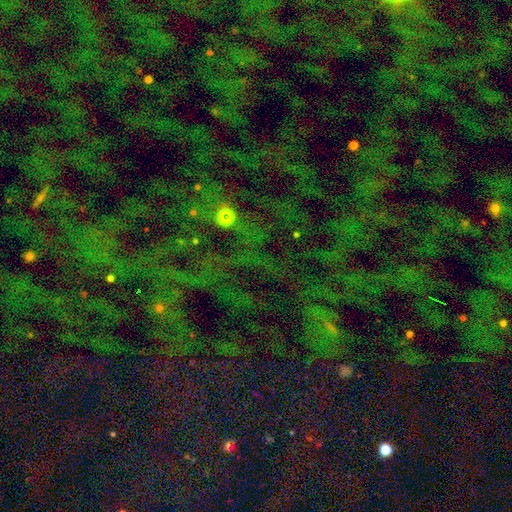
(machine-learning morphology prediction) Q: Smooth or featured?
A: star or artifact (75%); runner-up: smooth (16%)